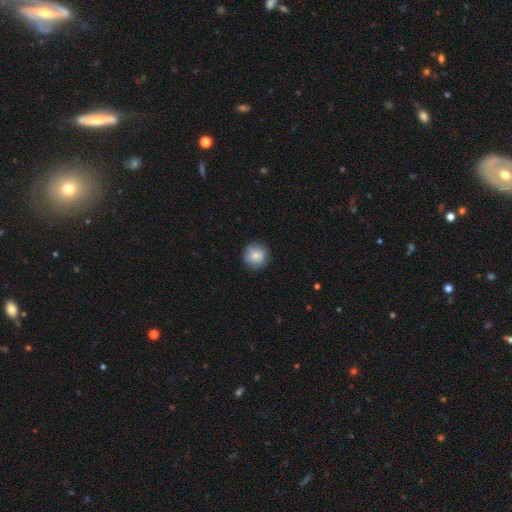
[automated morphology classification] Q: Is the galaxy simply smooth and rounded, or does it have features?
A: smooth — 79%.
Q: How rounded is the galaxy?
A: round — 94%.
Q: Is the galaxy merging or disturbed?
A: none — 86%.